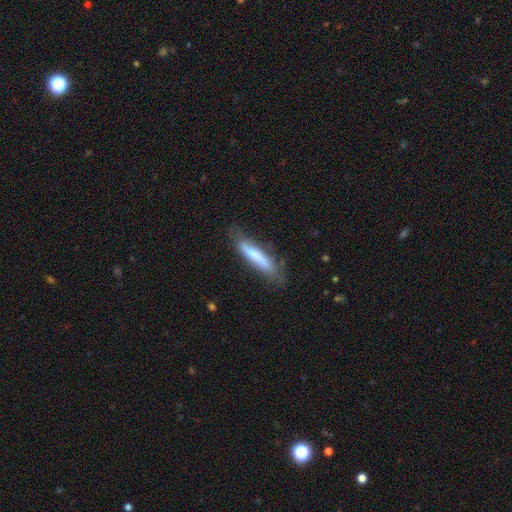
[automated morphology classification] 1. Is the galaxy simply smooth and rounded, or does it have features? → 70% smooth, 24% featured or disk, 6% star or artifact.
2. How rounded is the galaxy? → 85% cigar-shaped, 14% in between, 1% round.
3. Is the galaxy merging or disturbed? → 71% none, 22% minor disturbance, 6% major disturbance, 2% merger.